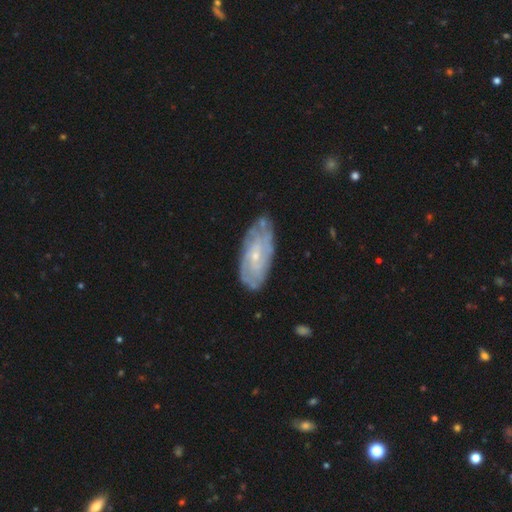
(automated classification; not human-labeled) Smooth or featured: featured or disk — 70% (smooth — 24%)
Edge-on disk: no — 90% (yes — 10%)
Bar: no — 64% (weak — 30%)
Spiral arms: yes — 79% (no — 21%)
Bulge size: small — 76% (moderate — 20%)
Merging: none — 73% (minor disturbance — 20%)